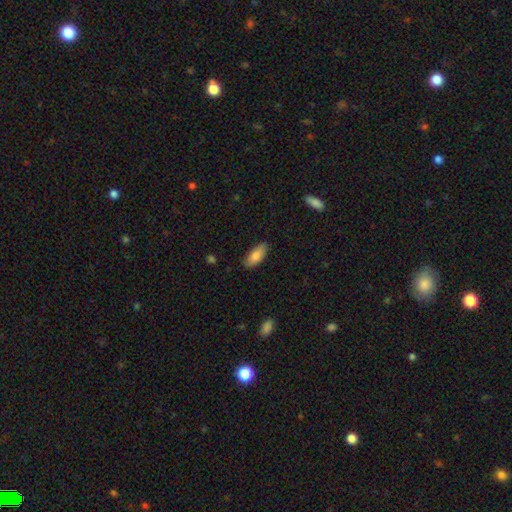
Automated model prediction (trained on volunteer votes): Q: Smooth or featured?
A: smooth (83%); runner-up: featured or disk (11%)
Q: How rounded?
A: in between (82%); runner-up: cigar-shaped (16%)
Q: Merging?
A: none (86%); runner-up: minor disturbance (11%)